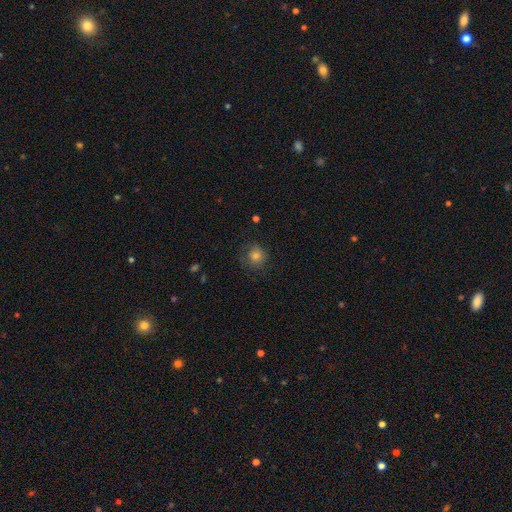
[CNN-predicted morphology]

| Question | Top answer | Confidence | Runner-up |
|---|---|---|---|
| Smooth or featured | smooth | 75% | star or artifact (15%) |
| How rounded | round | 88% | in between (11%) |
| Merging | none | 76% | minor disturbance (16%) |